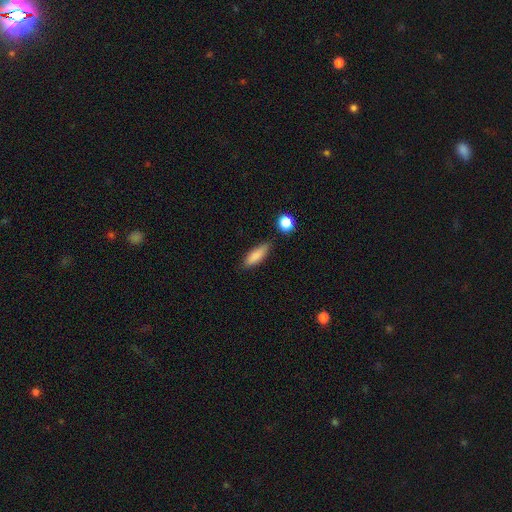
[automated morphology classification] smooth_or_featured: smooth (p=0.84) [alt: featured or disk p=0.08]
how_rounded: in between (p=0.55) [alt: cigar-shaped p=0.43]
merging: none (p=0.77) [alt: minor disturbance p=0.16]